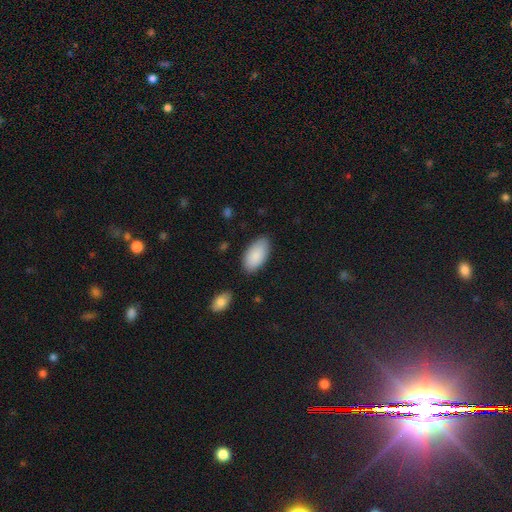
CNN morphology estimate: A smooth galaxy with no disk features (88%) that is in between round and cigar-shaped (95%). Merging: none (81%).